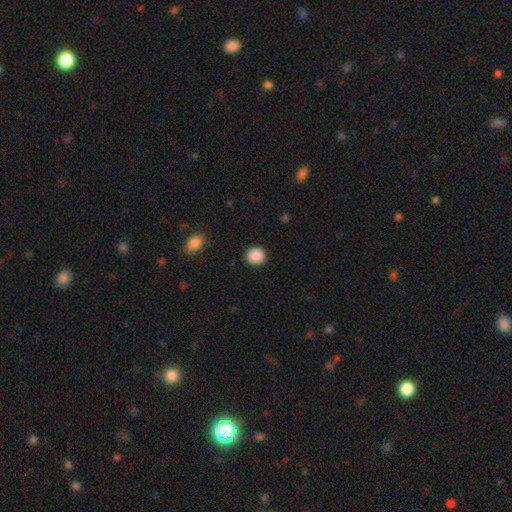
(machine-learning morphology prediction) smooth 89%, star or artifact 8%, featured or disk 3%. Down the decision tree: how rounded — round (89%); merging — none (91%).